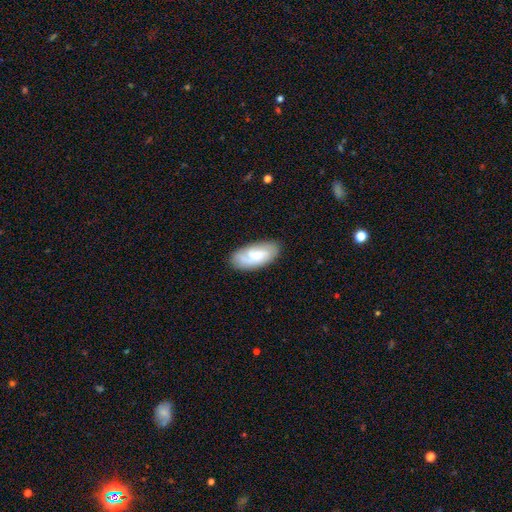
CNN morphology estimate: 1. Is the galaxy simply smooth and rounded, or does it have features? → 56% smooth, 38% featured or disk, 6% star or artifact.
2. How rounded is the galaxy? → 90% in between, 8% cigar-shaped, 2% round.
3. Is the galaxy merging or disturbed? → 78% none, 16% minor disturbance, 4% major disturbance, 2% merger.